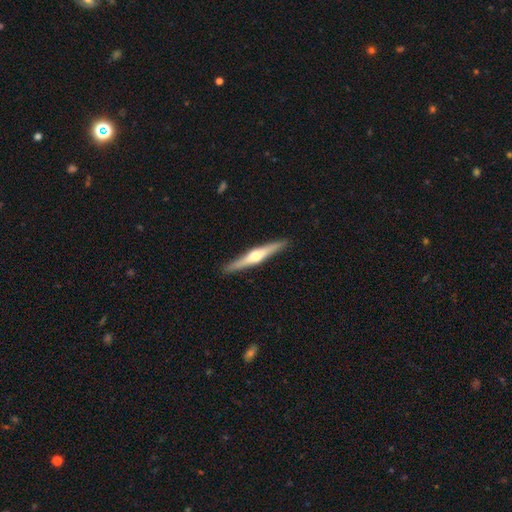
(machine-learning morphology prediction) A featured or disk galaxy (70%) viewed edge-on (98%) with a rounded central bulge (91%). Merging: none (92%).